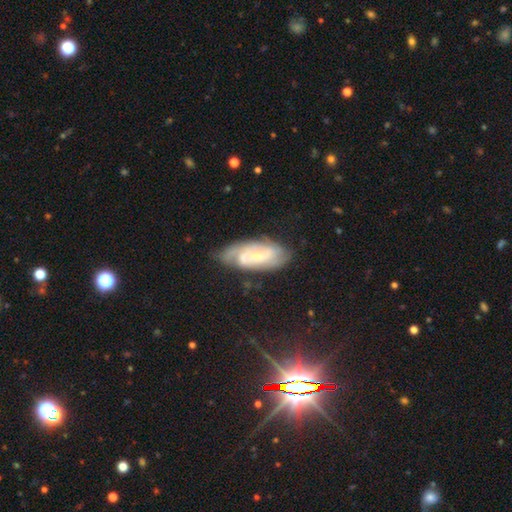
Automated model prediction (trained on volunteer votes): This is likely a featured or disk galaxy (72%). It is clearly not viewed edge-on (92%). Bar: possibly no (45%). Spiral arm pattern: clearly yes (91%). Spiral arm count: marginally 2 (41%). Spiral winding: possibly tight (53%). Central bulge: likely small (60%). Merging: likely none (64%).